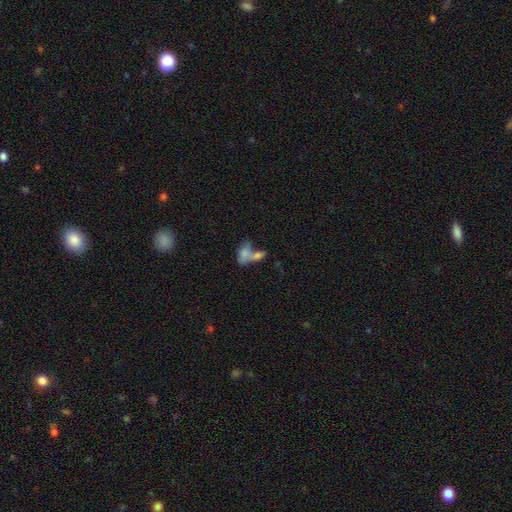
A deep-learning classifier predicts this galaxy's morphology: type=smooth (61%); roundness=in between (75%); merging=merger (58%).